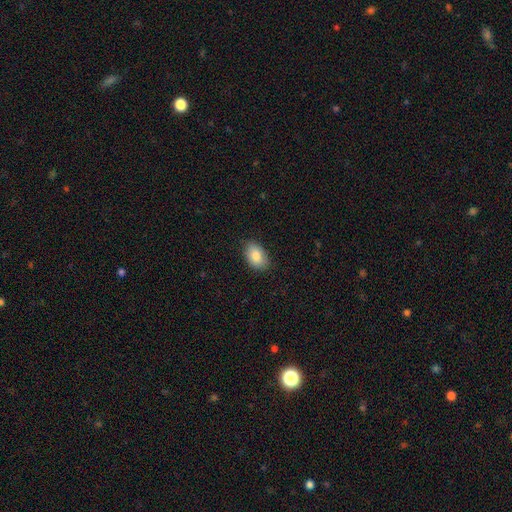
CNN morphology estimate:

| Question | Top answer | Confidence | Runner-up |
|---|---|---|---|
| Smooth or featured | smooth | 84% | featured or disk (9%) |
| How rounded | in between | 89% | round (10%) |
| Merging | none | 84% | minor disturbance (12%) |